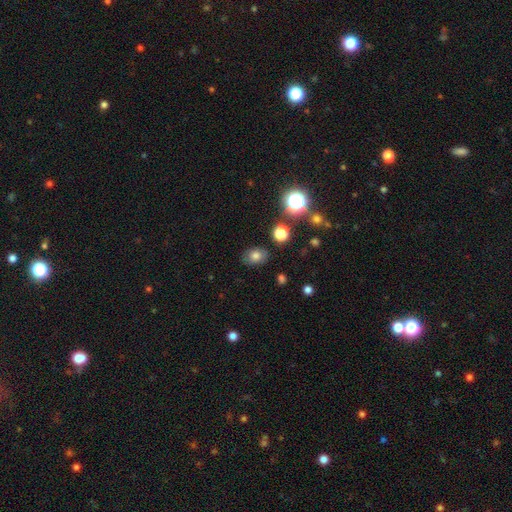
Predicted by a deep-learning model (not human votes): This is likely a smooth galaxy (74%). How rounded: likely in between (67%). Merging: clearly none (82%).